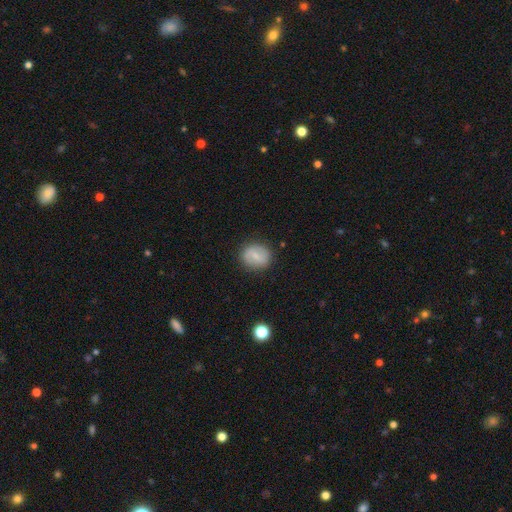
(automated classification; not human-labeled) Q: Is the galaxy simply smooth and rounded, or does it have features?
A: smooth — 65%.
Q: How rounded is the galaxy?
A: round — 71%.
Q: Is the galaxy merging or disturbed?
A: none — 85%.